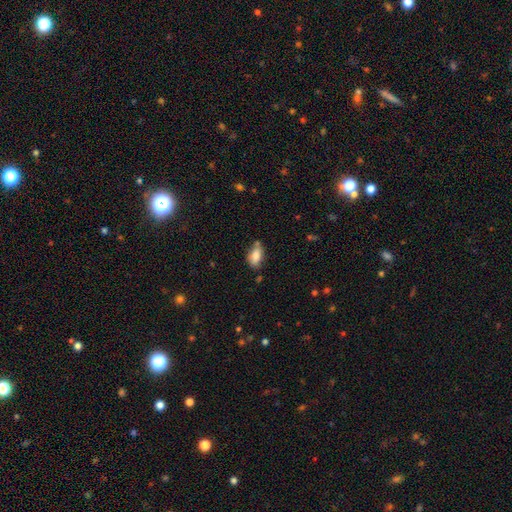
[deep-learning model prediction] This is clearly a smooth galaxy (80%). How rounded: clearly in between (89%). Merging: likely none (64%).